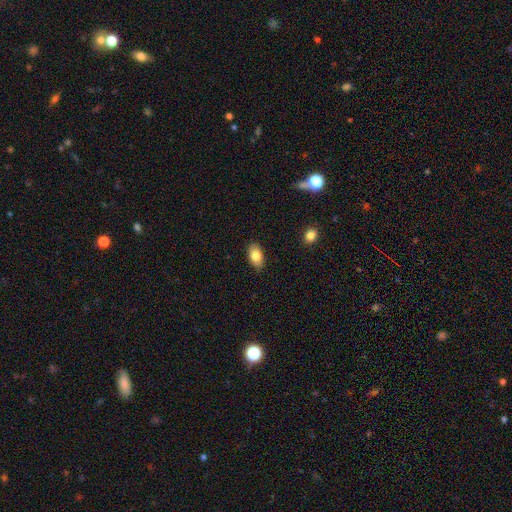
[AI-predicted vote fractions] Morphology: type=smooth (82%); roundness=in between (91%); merging=none (86%).